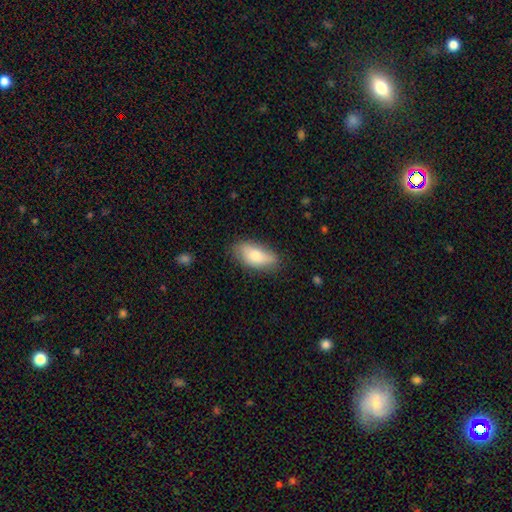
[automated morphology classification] Smooth or featured?
  - smooth: 77% *
  - featured or disk: 17%
  - star or artifact: 6%
How rounded?
  - in between: 86% *
  - cigar-shaped: 11%
  - round: 3%
Merging?
  - none: 76% *
  - minor disturbance: 19%
  - major disturbance: 4%
  - merger: 2%